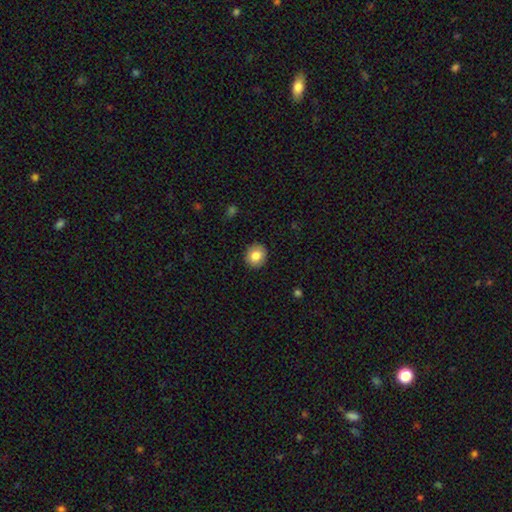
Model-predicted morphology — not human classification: This appears to be a smooth galaxy with no disk features (82%) that is round (80%). Merging: none (90%).